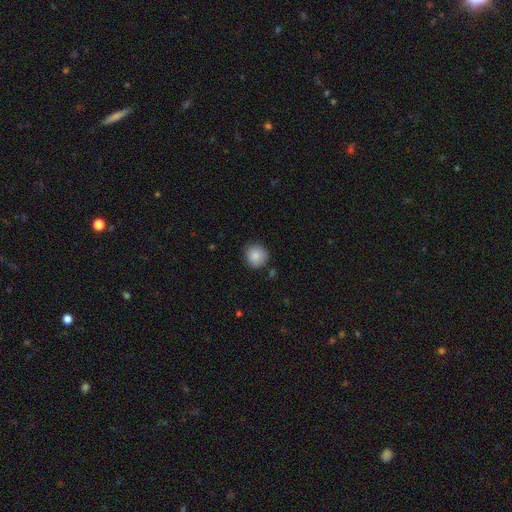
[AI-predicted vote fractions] A smooth galaxy with no disk features (88%) that is round (92%).

Vote fractions:
- Smooth or featured? smooth: 88% / star or artifact: 8% / featured or disk: 4%
- How rounded? round: 92% / in between: 8% / cigar-shaped: 1%
- Merging? none: 85% / minor disturbance: 10% / major disturbance: 2% / merger: 2%